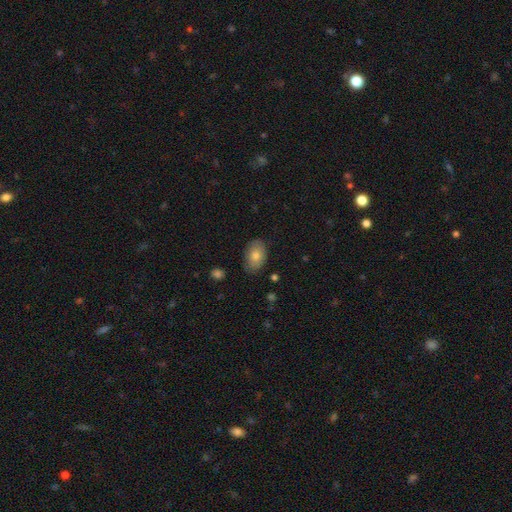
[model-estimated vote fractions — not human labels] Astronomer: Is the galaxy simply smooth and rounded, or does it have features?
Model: smooth — 77%.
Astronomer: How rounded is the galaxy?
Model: in between — 89%.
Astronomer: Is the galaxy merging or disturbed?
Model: none — 83%.